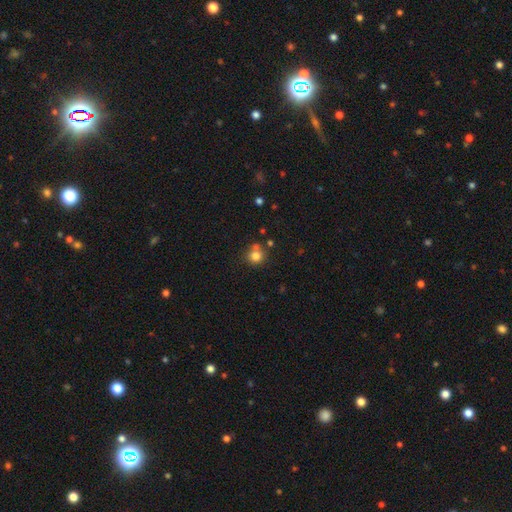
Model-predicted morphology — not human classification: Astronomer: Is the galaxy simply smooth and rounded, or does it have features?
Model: smooth — 80%.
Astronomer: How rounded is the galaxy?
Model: round — 89%.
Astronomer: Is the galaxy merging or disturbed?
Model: none — 63%.